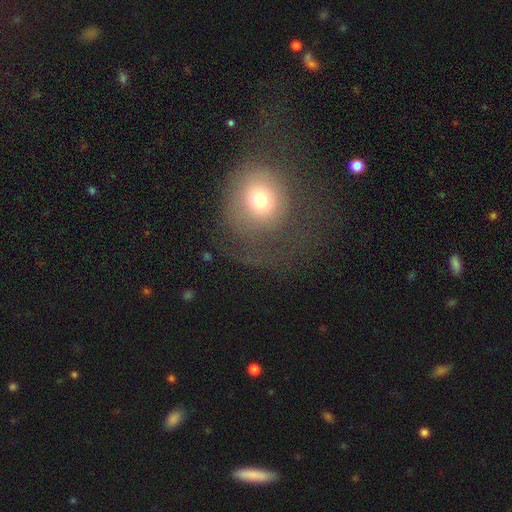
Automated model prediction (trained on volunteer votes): A smooth galaxy with no disk features (57%) that is round (79%). Merging: none (44%).